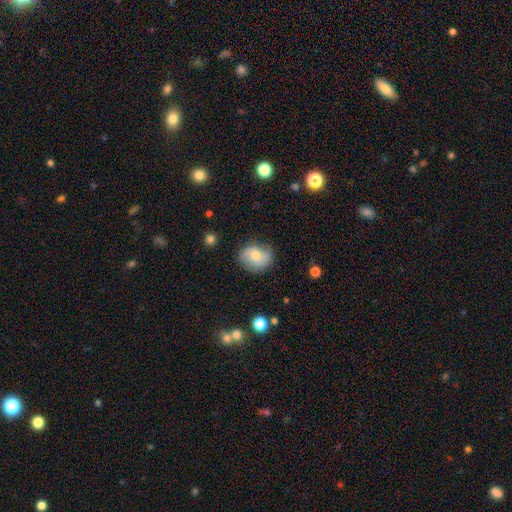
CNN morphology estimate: A smooth galaxy with no disk features (66%) that is in between round and cigar-shaped (54%). Merging: none (71%).